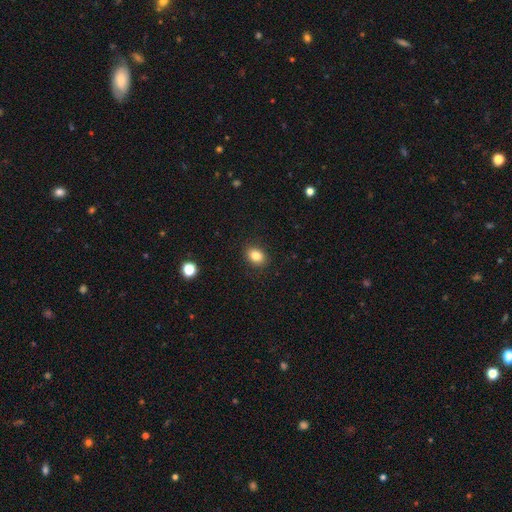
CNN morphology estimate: Smooth or featured?
  - smooth: 84% *
  - star or artifact: 10%
  - featured or disk: 6%
How rounded?
  - in between: 64% *
  - round: 35%
  - cigar-shaped: 1%
Merging?
  - none: 89% *
  - minor disturbance: 8%
  - major disturbance: 2%
  - merger: 1%